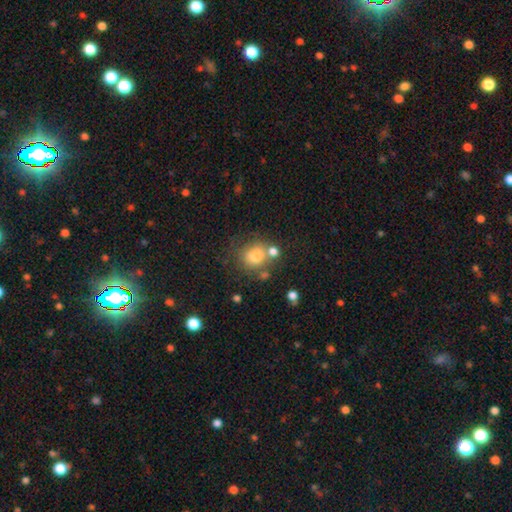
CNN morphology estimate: Smooth or featured?
  - smooth: 78% *
  - star or artifact: 11%
  - featured or disk: 10%
How rounded?
  - round: 72% *
  - in between: 27%
  - cigar-shaped: 1%
Merging?
  - none: 60% *
  - merger: 19%
  - minor disturbance: 14%
  - major disturbance: 6%